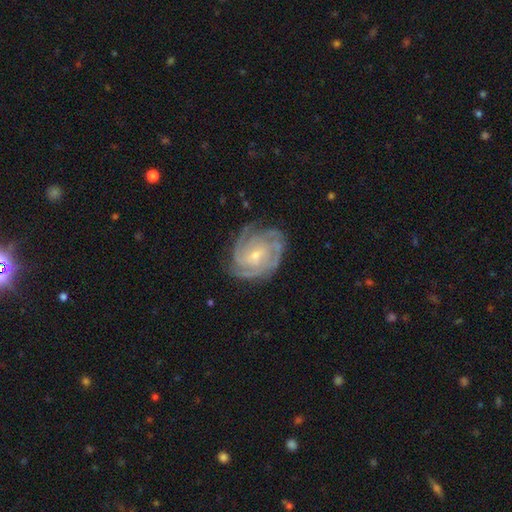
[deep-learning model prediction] This appears to be a featured or disk galaxy (89%) with no bar (53%), 3 (31%) tight (72%) spiral arms (98%) and a small central bulge (67%). Merging: none (75%).